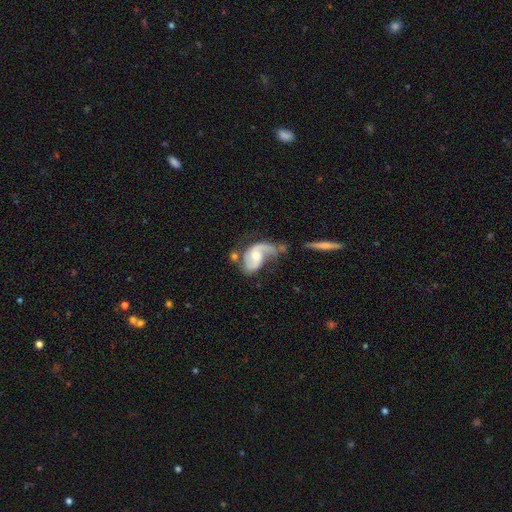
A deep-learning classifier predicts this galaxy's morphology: Q: Smooth or featured?
A: featured or disk (79%); runner-up: smooth (15%)
Q: Edge-on disk?
A: no (97%); runner-up: yes (3%)
Q: Bar?
A: no (55%); runner-up: weak (37%)
Q: Spiral arms?
A: yes (93%); runner-up: no (7%)
Q: Spiral winding?
A: loose (46%); runner-up: medium (41%)
Q: Spiral arm count?
A: 2 (69%); runner-up: 1 (23%)
Q: Bulge size?
A: moderate (57%); runner-up: small (32%)
Q: Merging?
A: none (30%); runner-up: major disturbance (27%)